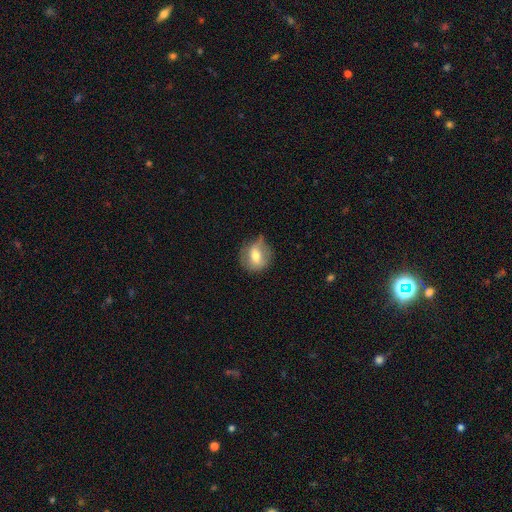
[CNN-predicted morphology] A smooth galaxy with no disk features (60%) that is round (74%). Merging: none (61%).